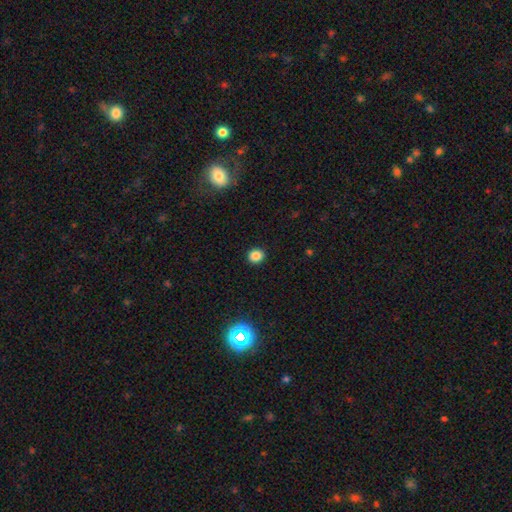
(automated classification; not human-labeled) This appears to be a smooth galaxy with no disk features (84%) that is round (82%). Merging: none (92%).